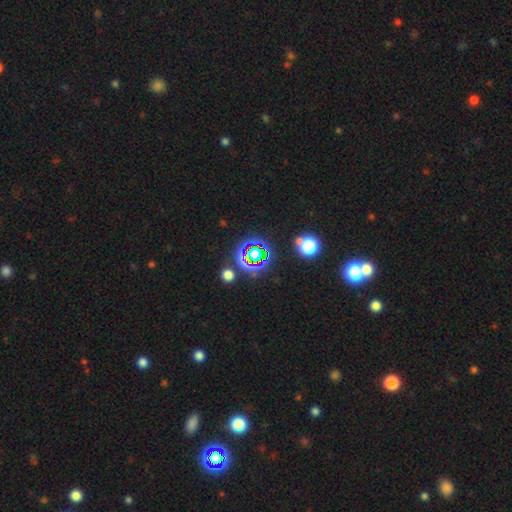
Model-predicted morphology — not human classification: Smooth or featured? Predicted: star or artifact (p=0.73).